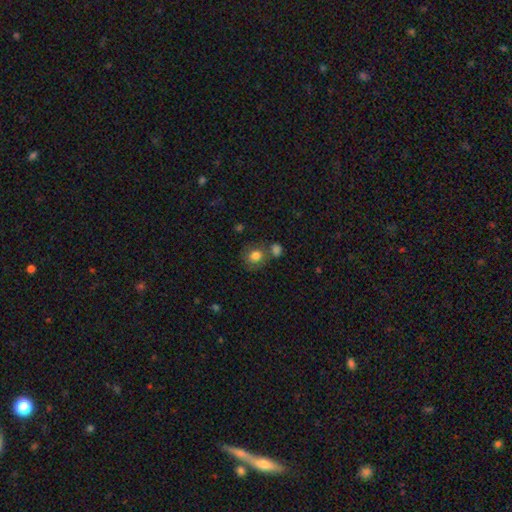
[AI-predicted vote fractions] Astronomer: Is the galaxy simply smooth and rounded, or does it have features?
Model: smooth — 81%.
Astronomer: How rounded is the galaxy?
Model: round — 78%.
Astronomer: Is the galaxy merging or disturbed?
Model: none — 63%.